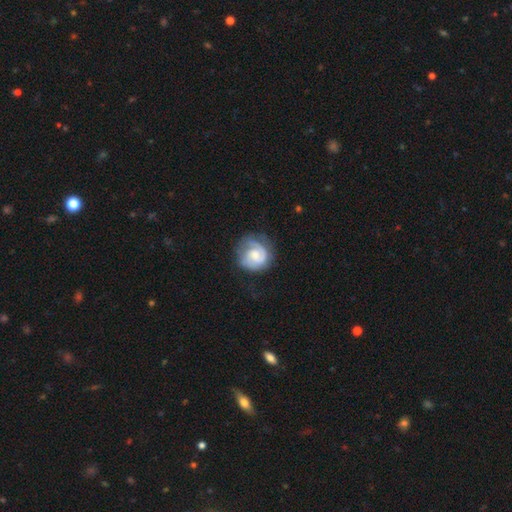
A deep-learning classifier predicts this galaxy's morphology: A featured or disk galaxy (66%) with no bar (57%), 2 (59%) tight (45%) spiral arms (90%) and a moderate central bulge (46%).

Vote fractions:
- Smooth or featured? featured or disk: 66% / smooth: 28% / star or artifact: 6%
- Edge-on disk? no: 98% / yes: 2%
- Bar? no: 57% / weak: 37% / strong: 6%
- Spiral arms? yes: 90% / no: 10%
- Spiral winding? tight: 45% / medium: 39% / loose: 16%
- Spiral arm count? 2: 59% / can't tell: 17% / 1: 13% / 3: 8% / 4: 2% / more than 4: 2%
- Bulge size? moderate: 46% / small: 35% / none: 9% / large: 8% / dominant: 1%
- Merging? none: 63% / minor disturbance: 23% / major disturbance: 13% / merger: 1%